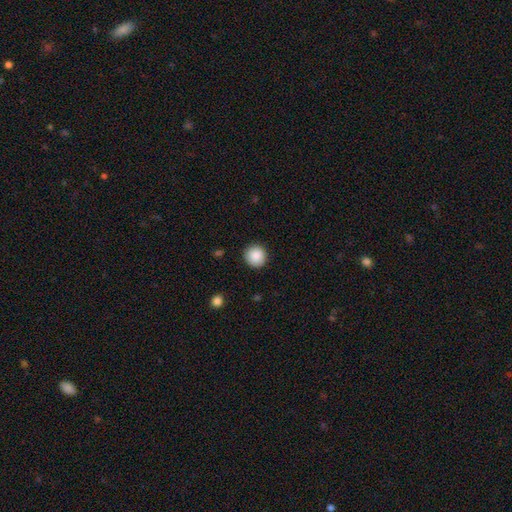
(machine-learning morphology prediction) Smooth or featured: smooth — 88% (star or artifact — 8%)
How rounded: round — 93% (in between — 6%)
Merging: none — 90% (minor disturbance — 7%)